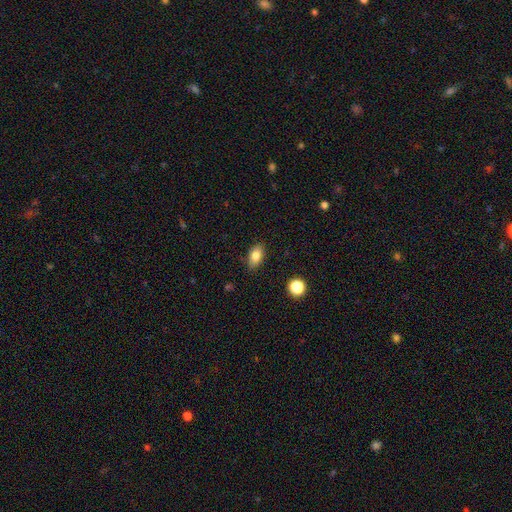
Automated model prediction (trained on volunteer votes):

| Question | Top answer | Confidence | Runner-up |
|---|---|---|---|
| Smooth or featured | smooth | 82% | featured or disk (9%) |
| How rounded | in between | 88% | round (8%) |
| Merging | none | 85% | minor disturbance (11%) |